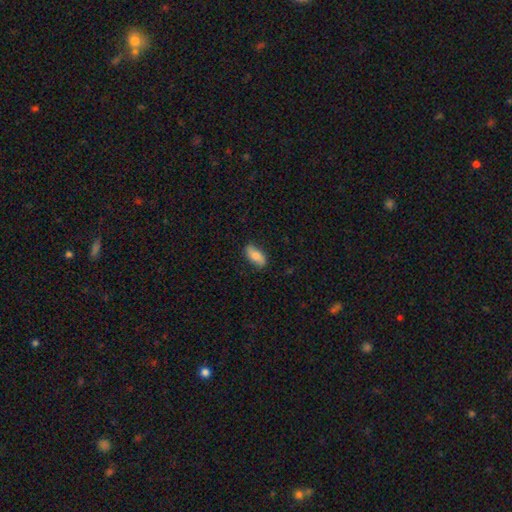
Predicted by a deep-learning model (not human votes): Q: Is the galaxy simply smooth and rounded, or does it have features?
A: smooth — 71%.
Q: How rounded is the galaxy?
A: in between — 83%.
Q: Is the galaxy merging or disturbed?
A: none — 83%.